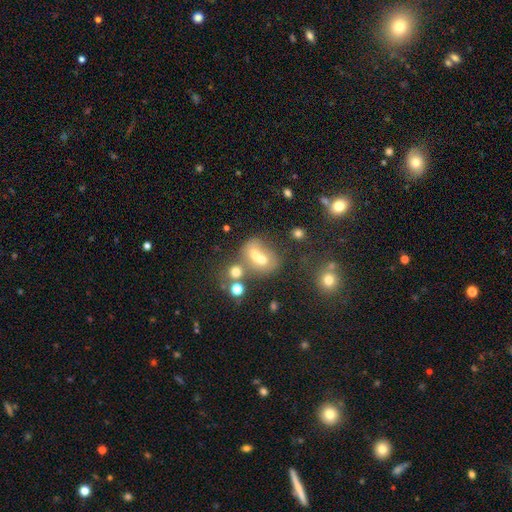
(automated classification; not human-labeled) Smooth or featured: smooth — 43% (featured or disk — 34%)
Merging: merger — 50% (none — 30%)